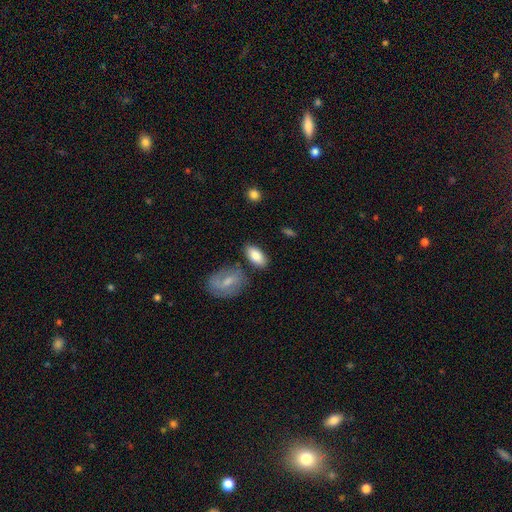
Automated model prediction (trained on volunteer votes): Smooth or featured: smooth — 83% (featured or disk — 11%)
How rounded: in between — 91% (cigar-shaped — 6%)
Merging: none — 77% (minor disturbance — 13%)